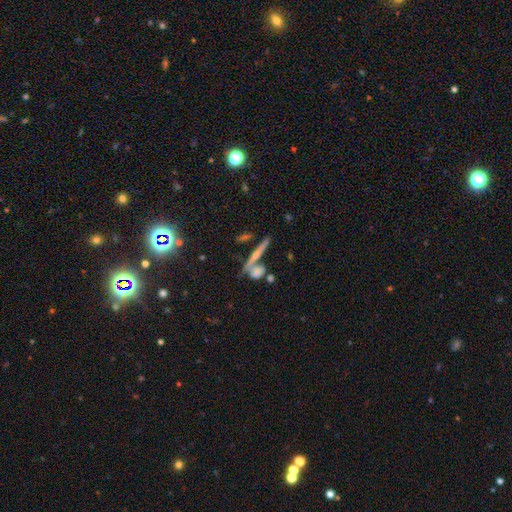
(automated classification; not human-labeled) Smooth or featured? featured or disk (46%)
Merging? none (50%)